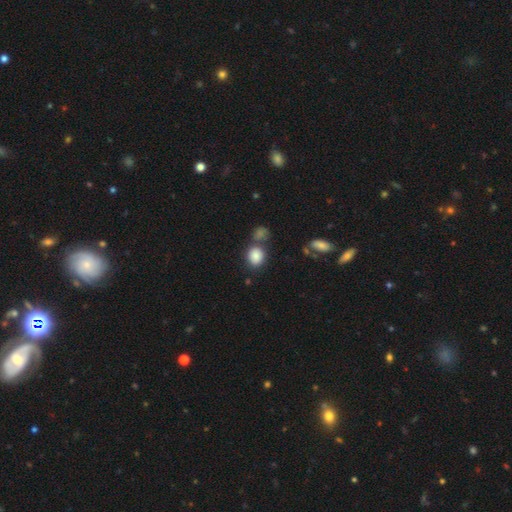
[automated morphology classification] Smooth or featured: smooth — 85% (star or artifact — 9%)
How rounded: round — 56% (in between — 43%)
Merging: none — 58% (merger — 24%)